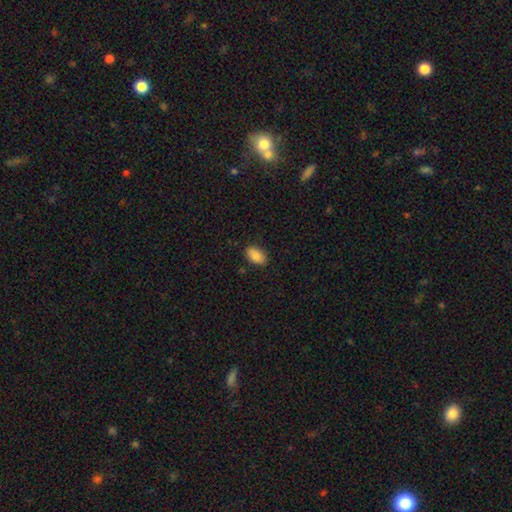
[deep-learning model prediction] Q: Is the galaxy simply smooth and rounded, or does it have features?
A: smooth — 85%.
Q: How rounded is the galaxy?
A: in between — 92%.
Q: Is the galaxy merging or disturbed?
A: none — 87%.